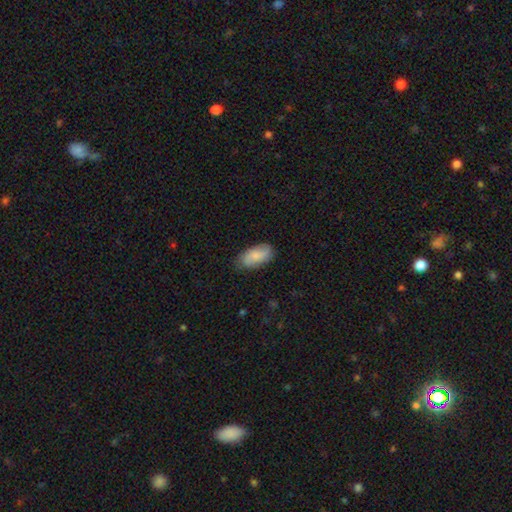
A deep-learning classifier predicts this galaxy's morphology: This is likely a smooth galaxy (67%). How rounded: clearly in between (93%). Merging: likely none (76%).